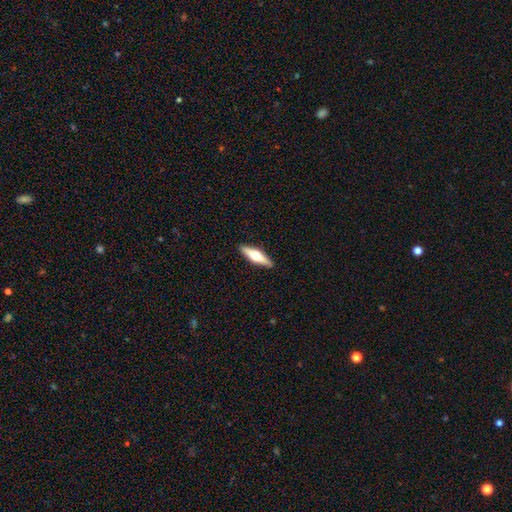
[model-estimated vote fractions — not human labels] This appears to be a featured or disk galaxy (59%) viewed edge-on (95%) with a rounded central bulge (95%). Merging: none (91%).